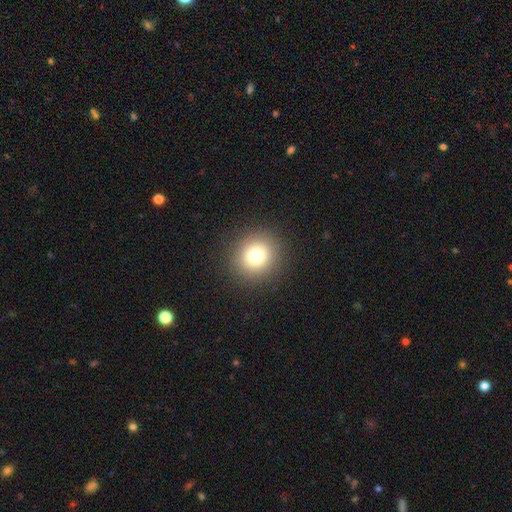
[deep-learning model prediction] Smooth or featured: smooth — 77% (star or artifact — 13%)
How rounded: round — 89% (in between — 10%)
Merging: none — 90% (minor disturbance — 6%)